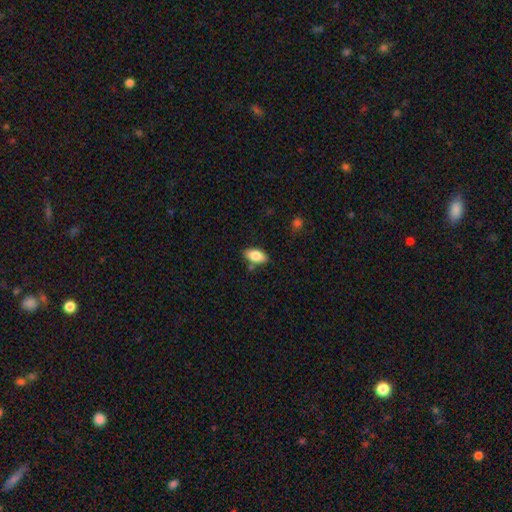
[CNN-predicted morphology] smooth 83%, featured or disk 10%, star or artifact 7%. Down the decision tree: how rounded — in between (92%); merging — none (80%).